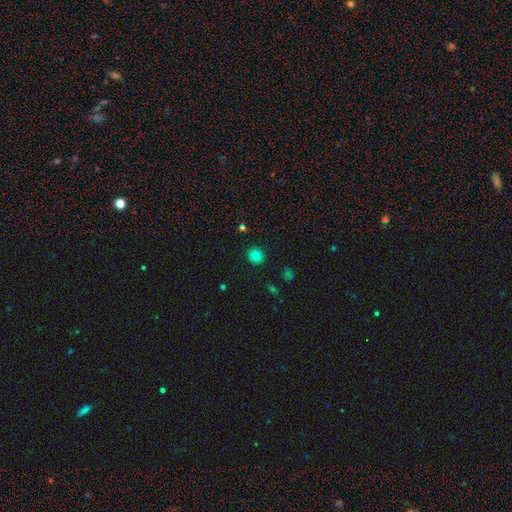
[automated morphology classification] Overall: smooth (80%). How rounded: round (90%). Merging: none (92%).